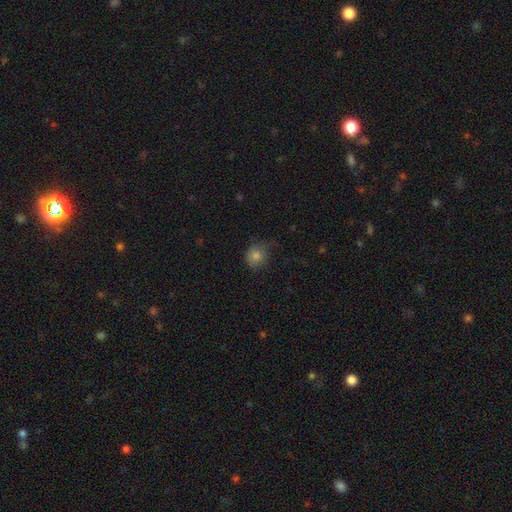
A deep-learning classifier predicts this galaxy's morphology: smooth_or_featured: smooth (p=0.79) [alt: star or artifact p=0.11]
how_rounded: round (p=0.77) [alt: in between p=0.22]
merging: none (p=0.62) [alt: minor disturbance p=0.28]